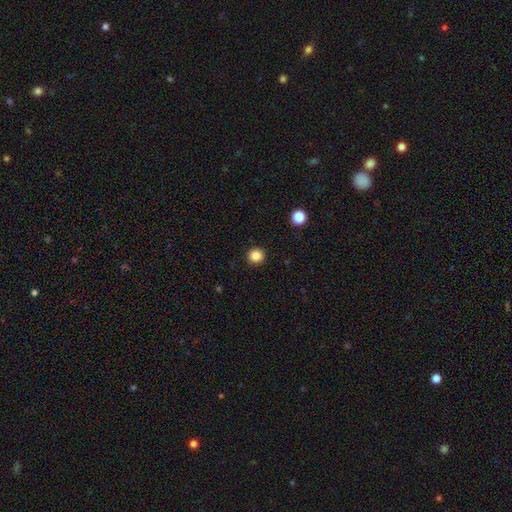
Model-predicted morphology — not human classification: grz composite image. It shows a smooth galaxy with no disk features (85%) that is round (94%). Merging: none (93%).